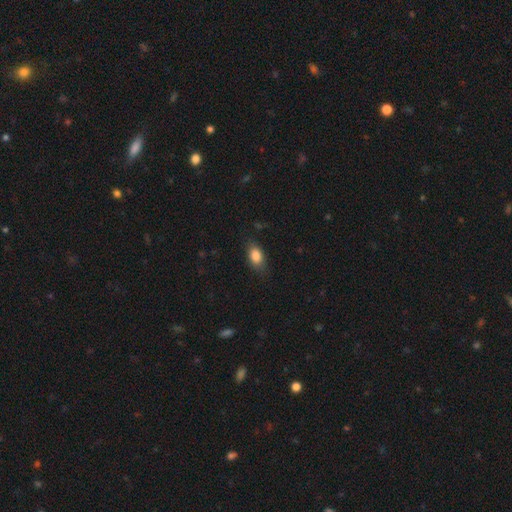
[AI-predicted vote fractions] This is clearly a smooth galaxy (85%). How rounded: clearly in between (84%). Merging: likely none (77%).